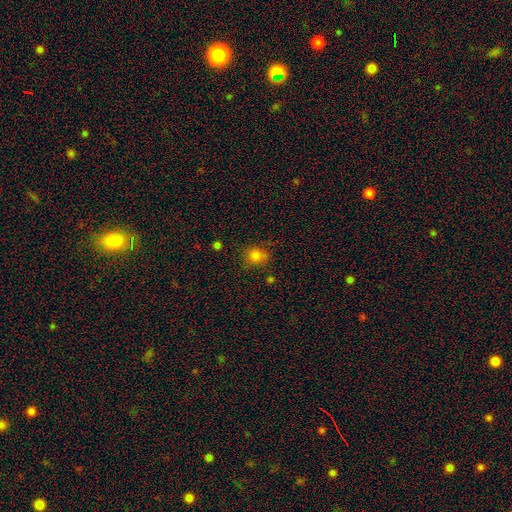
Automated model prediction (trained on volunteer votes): Q: Smooth or featured?
A: smooth (81%); runner-up: star or artifact (13%)
Q: How rounded?
A: round (71%); runner-up: in between (28%)
Q: Merging?
A: none (70%); runner-up: minor disturbance (20%)